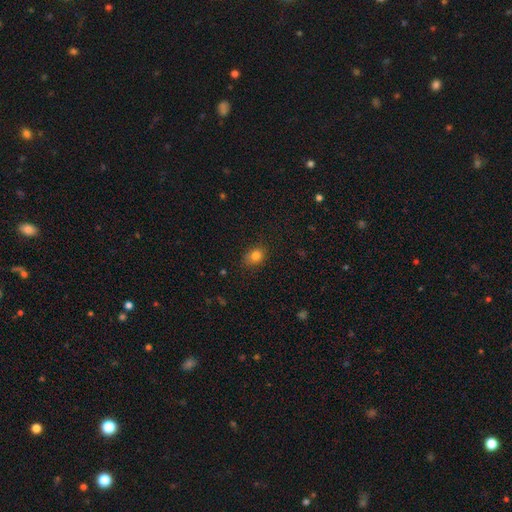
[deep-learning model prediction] smooth 82%, star or artifact 11%, featured or disk 6%. Down the decision tree: how rounded — in between (55%); merging — none (78%).